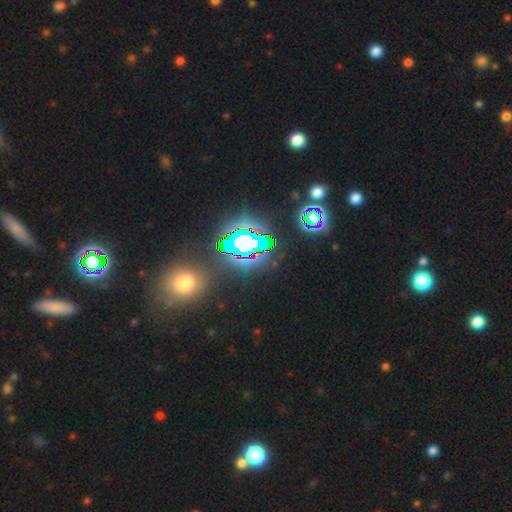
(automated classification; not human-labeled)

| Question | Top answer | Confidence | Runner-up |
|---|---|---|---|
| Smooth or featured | star or artifact | 78% | smooth (15%) |